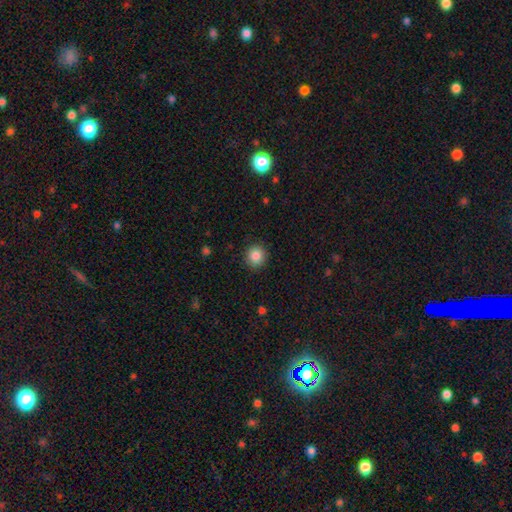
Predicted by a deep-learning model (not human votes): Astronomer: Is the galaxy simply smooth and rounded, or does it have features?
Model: smooth — 85%.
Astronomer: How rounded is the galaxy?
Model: round — 90%.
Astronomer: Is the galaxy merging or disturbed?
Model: none — 90%.